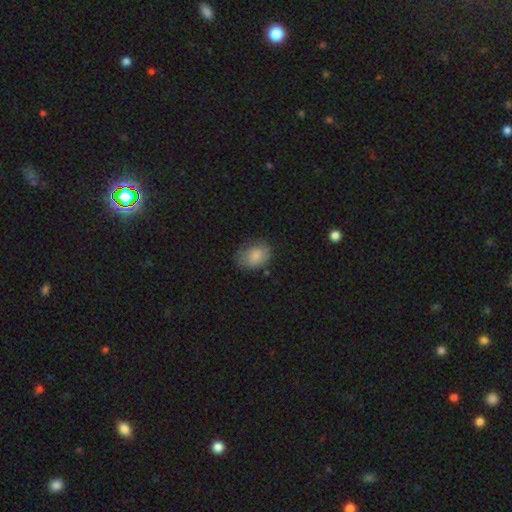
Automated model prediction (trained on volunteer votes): Overall: smooth (79%). How rounded: in between (63%; round 36%). Merging: none (64%; minor disturbance 26%).